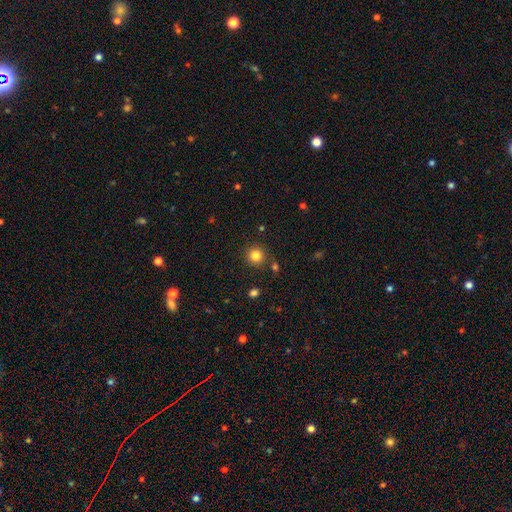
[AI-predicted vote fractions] Smooth or featured?
  - smooth: 82% *
  - star or artifact: 12%
  - featured or disk: 5%
How rounded?
  - round: 93% *
  - in between: 6%
  - cigar-shaped: 1%
Merging?
  - none: 86% *
  - minor disturbance: 7%
  - merger: 4%
  - major disturbance: 2%